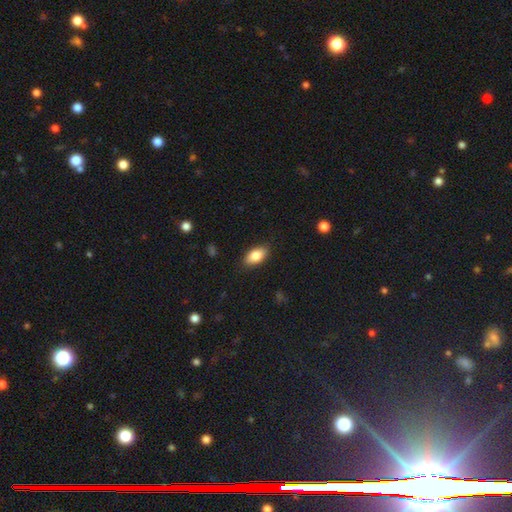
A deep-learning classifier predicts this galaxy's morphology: This appears to be a smooth galaxy with no disk features (82%) that is in between round and cigar-shaped (91%). Merging: none (86%).